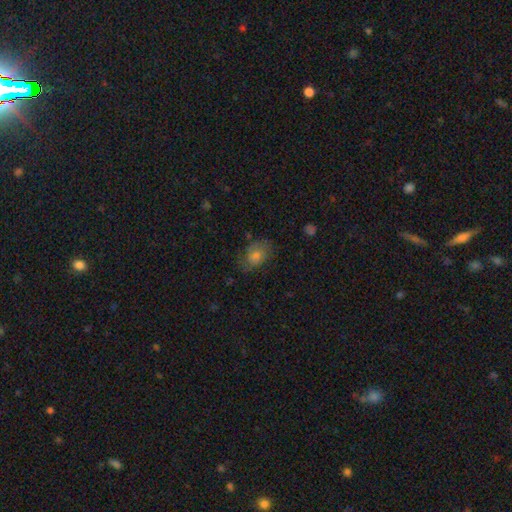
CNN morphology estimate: Q: Smooth or featured?
A: smooth (62%); runner-up: featured or disk (23%)
Q: How rounded?
A: in between (73%); runner-up: round (25%)
Q: Merging?
A: none (69%); runner-up: minor disturbance (22%)